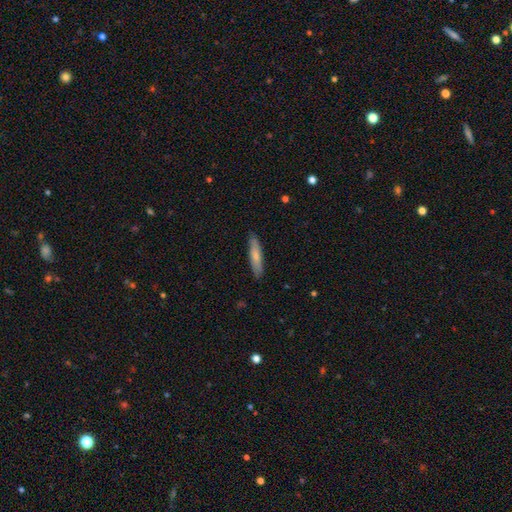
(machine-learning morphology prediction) type=smooth (70%); roundness=cigar-shaped (83%); merging=none (86%).